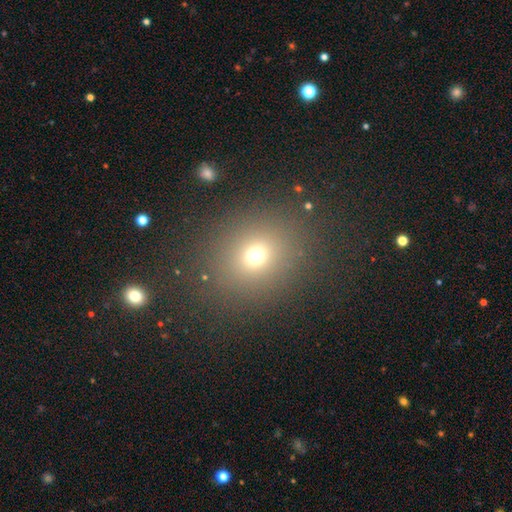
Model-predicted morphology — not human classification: type=smooth (69%); roundness=round (75%); merging=none (85%).